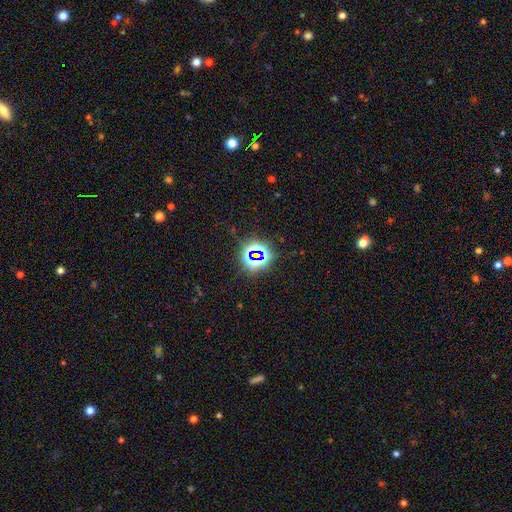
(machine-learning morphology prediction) Overall: star or artifact (74%).